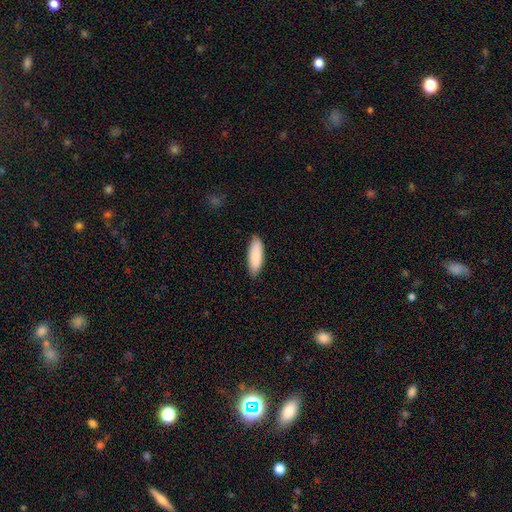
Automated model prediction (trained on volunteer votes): Morphology: type=smooth (87%); roundness=in between (61%); merging=none (85%).